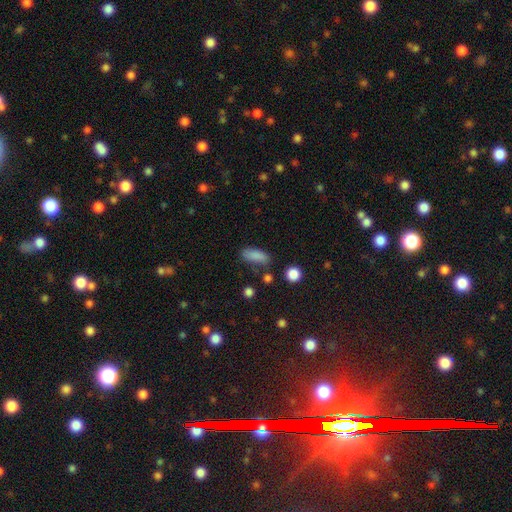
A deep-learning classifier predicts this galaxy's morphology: This is clearly a smooth galaxy (85%). How rounded: likely in between (74%). Merging: likely none (72%).